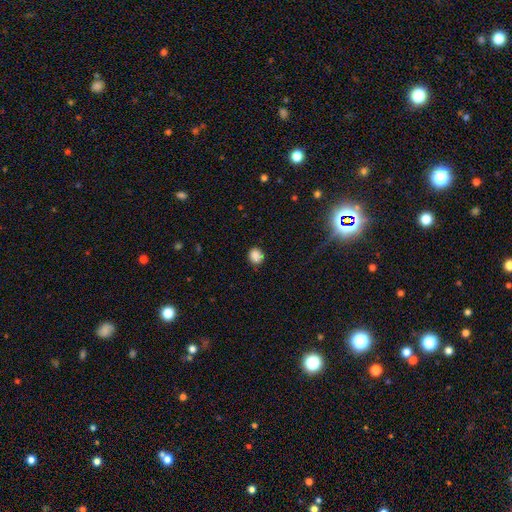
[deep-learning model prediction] A smooth galaxy with no disk features (87%) that is round (75%).

Vote fractions:
- Smooth or featured? smooth: 87% / star or artifact: 10% / featured or disk: 3%
- How rounded? round: 75% / in between: 24% / cigar-shaped: 1%
- Merging? none: 88% / minor disturbance: 9% / major disturbance: 2% / merger: 1%